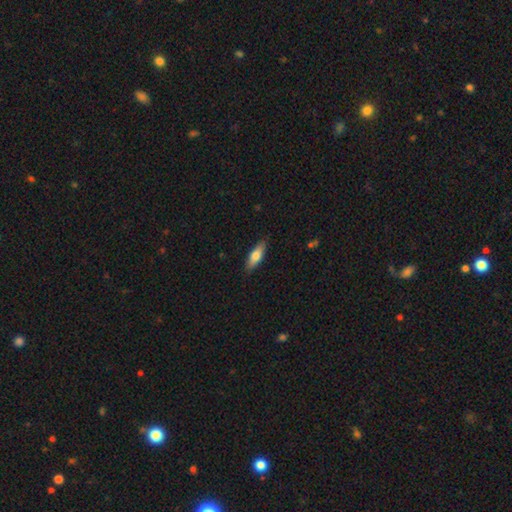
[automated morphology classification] smooth 70%, featured or disk 24%, star or artifact 6%. Down the decision tree: how rounded — in between (56%); merging — none (87%).